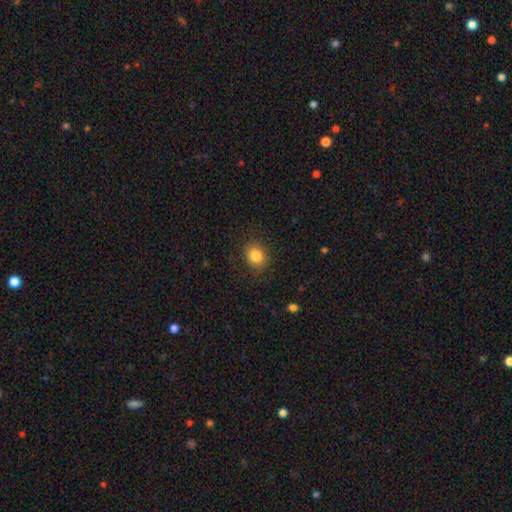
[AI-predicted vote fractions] A smooth galaxy with no disk features (84%) that is round (65%). Merging: none (87%).